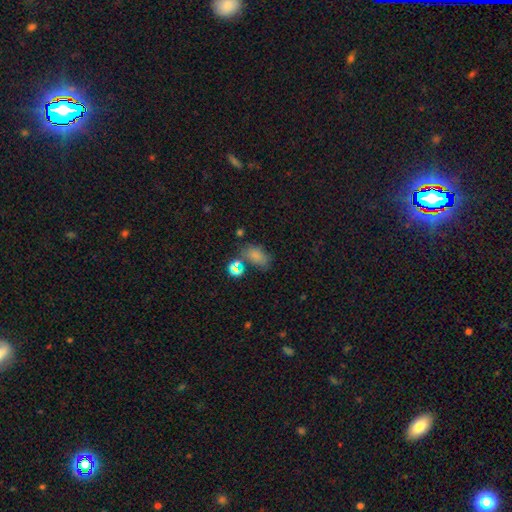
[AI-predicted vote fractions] Morphology: type=smooth (72%); roundness=in between (84%); merging=none (51%).